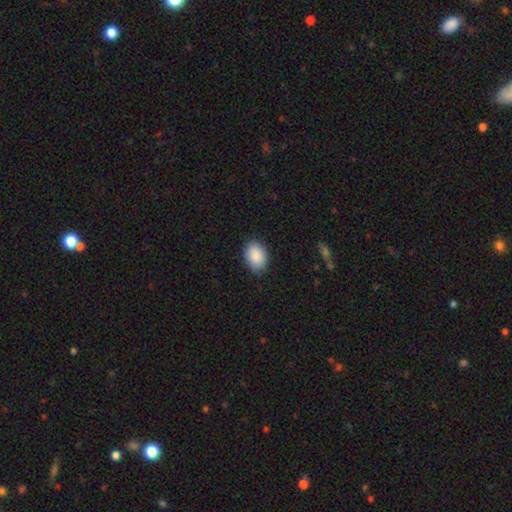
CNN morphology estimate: Smooth or featured? smooth (90%)
How rounded? in between (82%)
Merging? none (84%)